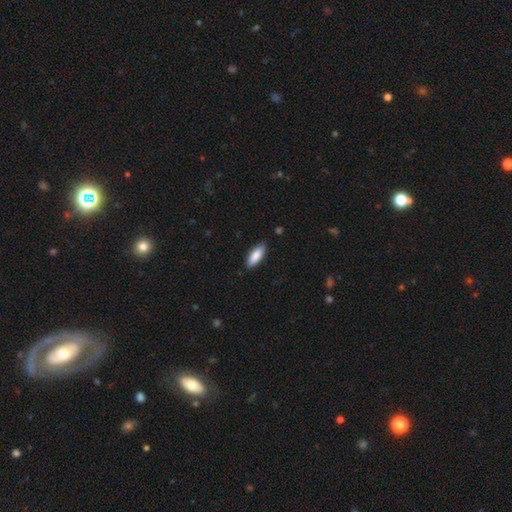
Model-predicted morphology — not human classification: The model was most divided on "how rounded": in between: 73%, cigar-shaped: 25%, round: 2%. More confident: smooth or featured — smooth (86%); merging — none (85%).